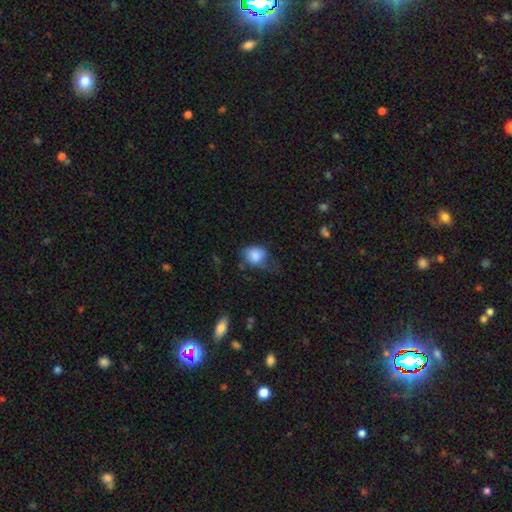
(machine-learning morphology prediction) smooth 82%, featured or disk 10%, star or artifact 8%. Down the decision tree: how rounded — in between (52%); merging — minor disturbance (36%).